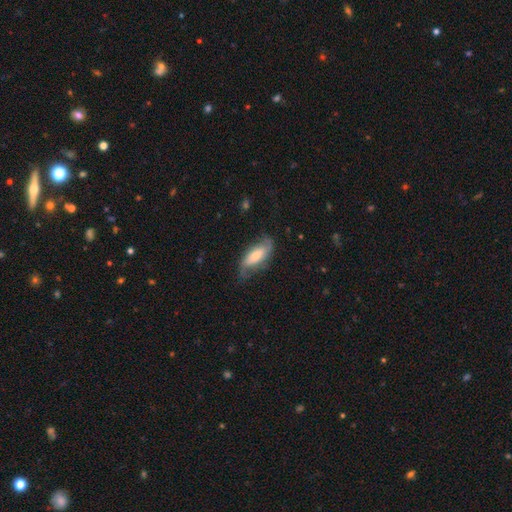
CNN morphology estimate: Smooth or featured? smooth (50%)
Merging? none (59%)